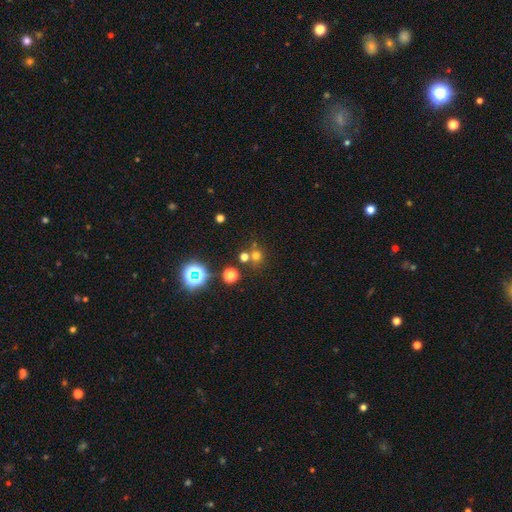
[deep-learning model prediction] This appears to be a smooth galaxy with no disk features (56%) that is round (89%). Merging: none (64%).